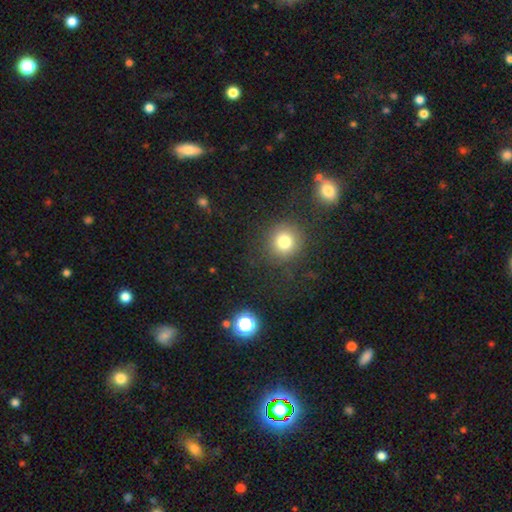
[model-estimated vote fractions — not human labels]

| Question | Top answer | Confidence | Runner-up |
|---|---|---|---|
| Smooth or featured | smooth | 59% | star or artifact (35%) |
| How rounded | round | 93% | in between (6%) |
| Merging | none | 87% | minor disturbance (7%) |